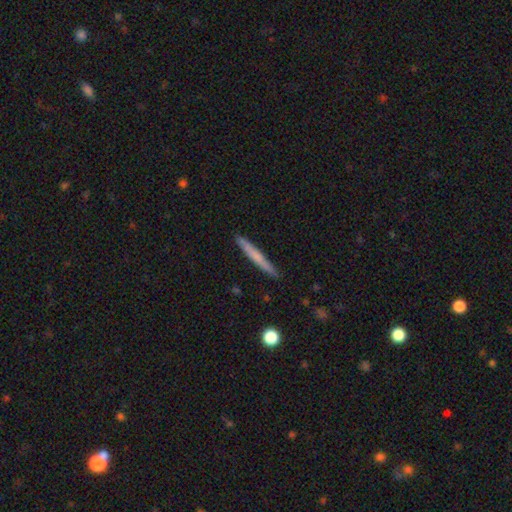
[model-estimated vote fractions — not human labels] smooth 59%, featured or disk 35%, star or artifact 6%. Down the decision tree: how rounded — cigar-shaped (96%); merging — none (90%).